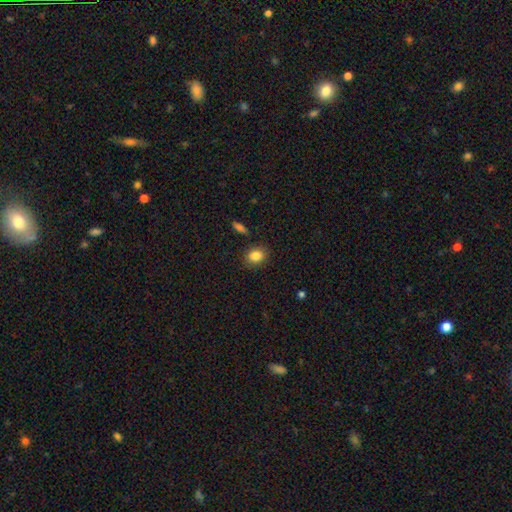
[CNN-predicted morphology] The model was most divided on "how rounded": in between: 51%, round: 48%, cigar-shaped: 1%. More confident: merging — none (85%); smooth or featured — smooth (85%).